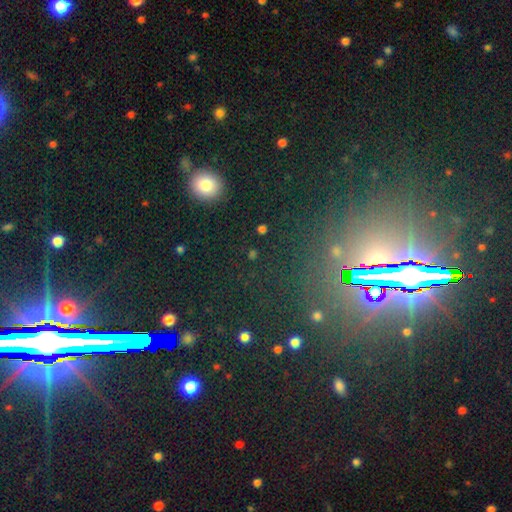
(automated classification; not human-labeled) Smooth or featured? Predicted: star or artifact (p=0.56).